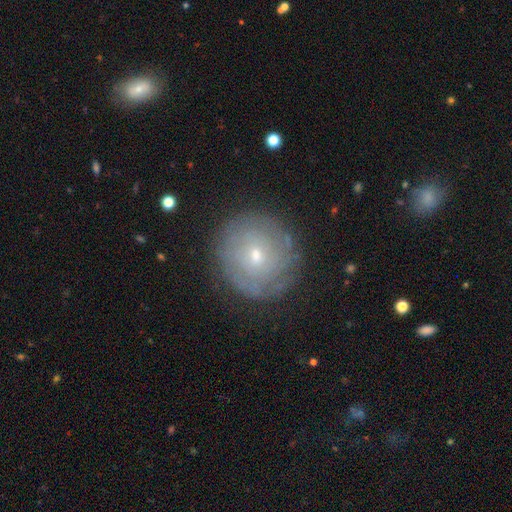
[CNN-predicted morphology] smooth_or_featured: featured or disk (p=0.52) [alt: smooth p=0.38]
disk_edge_on: no (p=0.96) [alt: yes p=0.04]
bar: no (p=0.70) [alt: weak p=0.26]
has_spiral_arms: yes (p=0.65) [alt: no p=0.35]
bulge_size: small (p=0.66) [alt: moderate p=0.31]
merging: none (p=0.81) [alt: minor disturbance p=0.13]